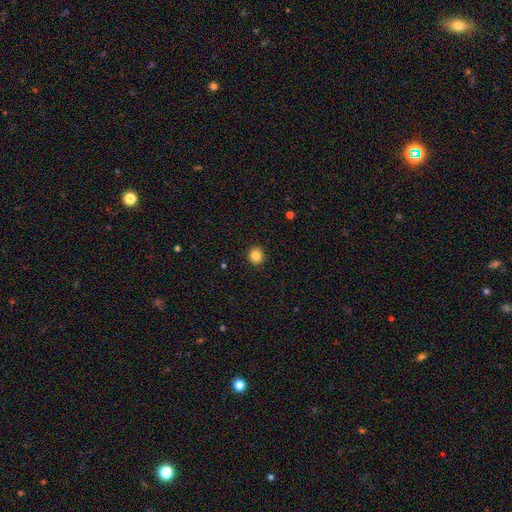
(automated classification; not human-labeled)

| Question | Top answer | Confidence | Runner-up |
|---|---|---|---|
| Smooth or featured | smooth | 84% | star or artifact (10%) |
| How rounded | round | 87% | in between (12%) |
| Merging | none | 92% | minor disturbance (5%) |